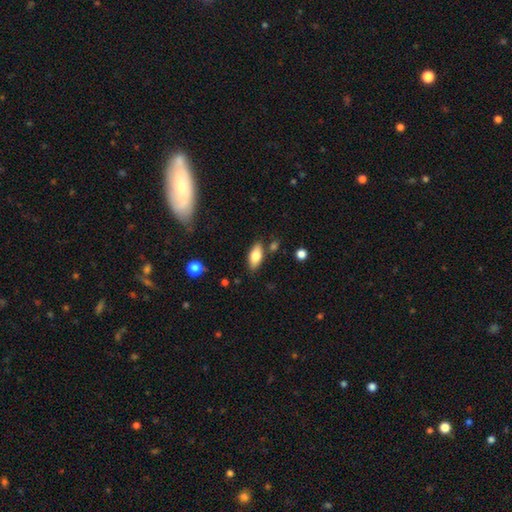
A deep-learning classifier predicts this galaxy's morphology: The model was most divided on "smooth or featured": smooth: 76%, featured or disk: 17%, star or artifact: 7%. More confident: how rounded — in between (83%); merging — none (81%).